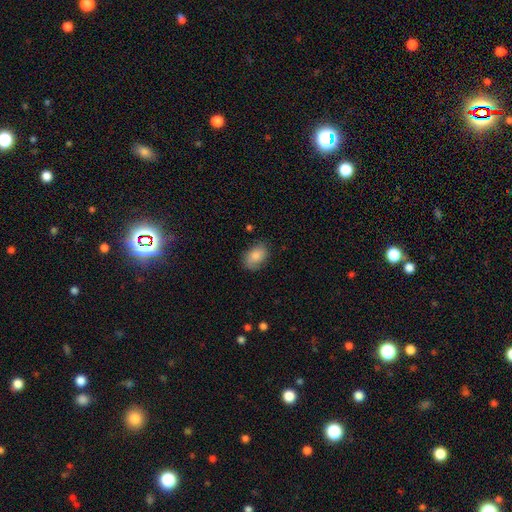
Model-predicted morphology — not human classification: Q: Smooth or featured?
A: smooth (82%); runner-up: featured or disk (10%)
Q: How rounded?
A: in between (84%); runner-up: round (15%)
Q: Merging?
A: none (76%); runner-up: minor disturbance (19%)